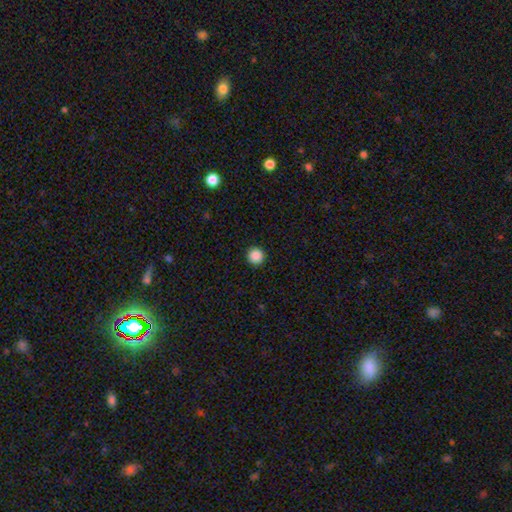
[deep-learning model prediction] Smooth or featured? smooth (88%)
How rounded? round (96%)
Merging? none (94%)